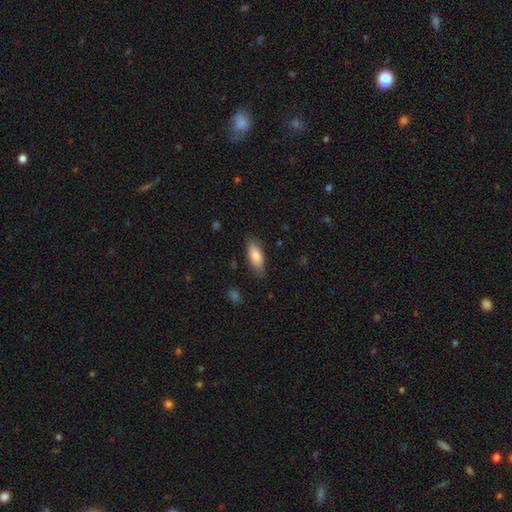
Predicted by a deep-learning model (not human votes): Smooth or featured?
  - smooth: 84% *
  - featured or disk: 10%
  - star or artifact: 6%
How rounded?
  - in between: 82% *
  - cigar-shaped: 16%
  - round: 2%
Merging?
  - none: 80% *
  - minor disturbance: 15%
  - major disturbance: 3%
  - merger: 1%